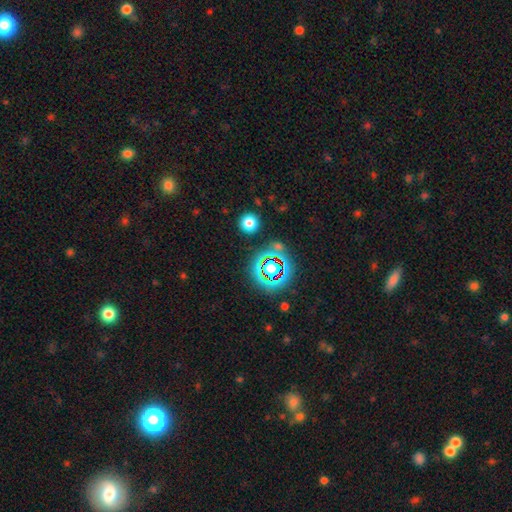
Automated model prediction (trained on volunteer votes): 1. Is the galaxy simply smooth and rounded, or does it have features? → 67% star or artifact, 21% smooth, 12% featured or disk.